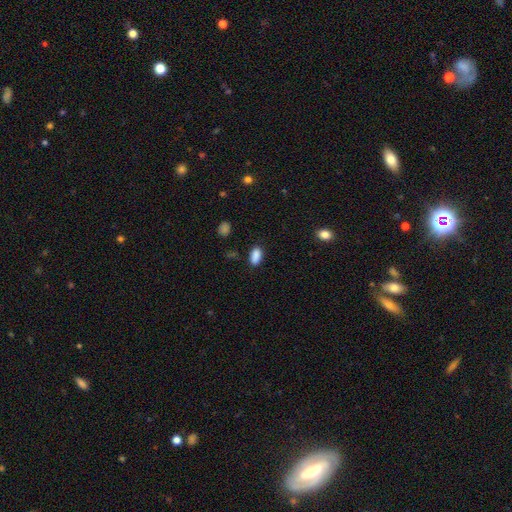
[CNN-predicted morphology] Q: Smooth or featured?
A: smooth (88%); runner-up: star or artifact (8%)
Q: How rounded?
A: in between (89%); runner-up: cigar-shaped (7%)
Q: Merging?
A: none (84%); runner-up: minor disturbance (11%)